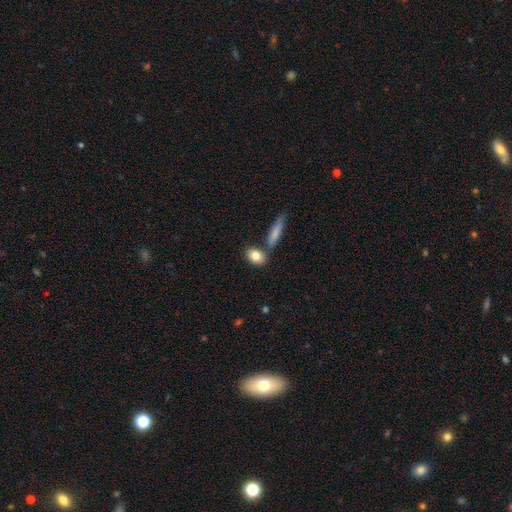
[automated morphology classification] This is clearly a smooth galaxy (83%). How rounded: likely in between (66%). Merging: likely none (69%).